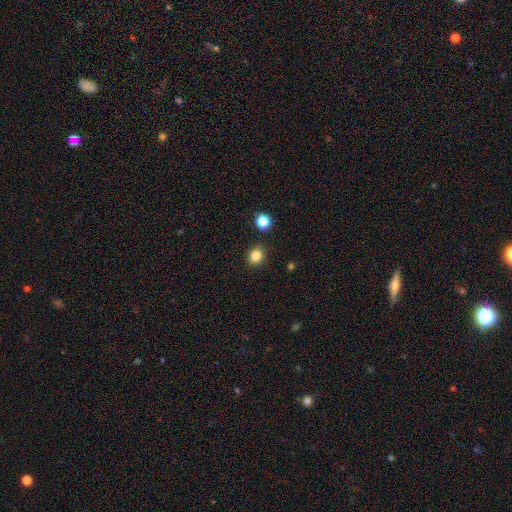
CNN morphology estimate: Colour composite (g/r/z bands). It shows a smooth galaxy with no disk features (84%) that is round (73%). Merging: none (89%).